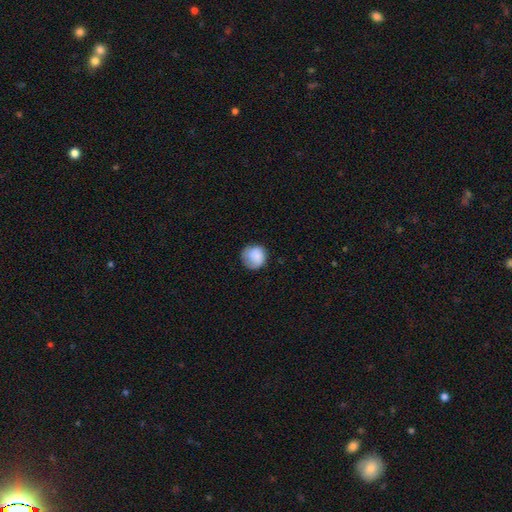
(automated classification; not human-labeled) A smooth galaxy with no disk features (83%) that is round (88%).

Vote fractions:
- Smooth or featured? smooth: 83% / featured or disk: 10% / star or artifact: 7%
- How rounded? round: 88% / in between: 11% / cigar-shaped: 1%
- Merging? none: 68% / minor disturbance: 22% / major disturbance: 8% / merger: 1%